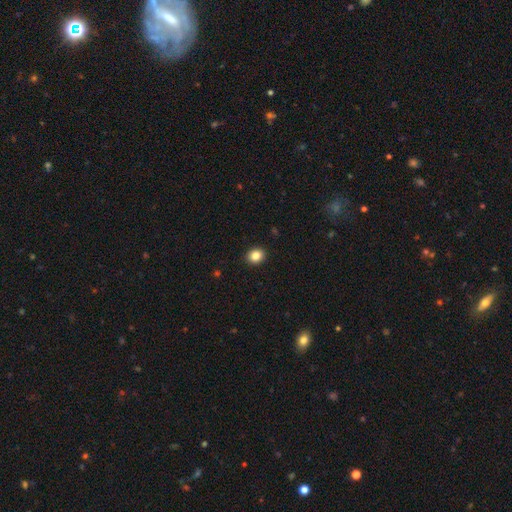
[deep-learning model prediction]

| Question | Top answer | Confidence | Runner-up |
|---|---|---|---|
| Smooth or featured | smooth | 85% | star or artifact (10%) |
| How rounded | round | 66% | in between (33%) |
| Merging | none | 92% | minor disturbance (6%) |